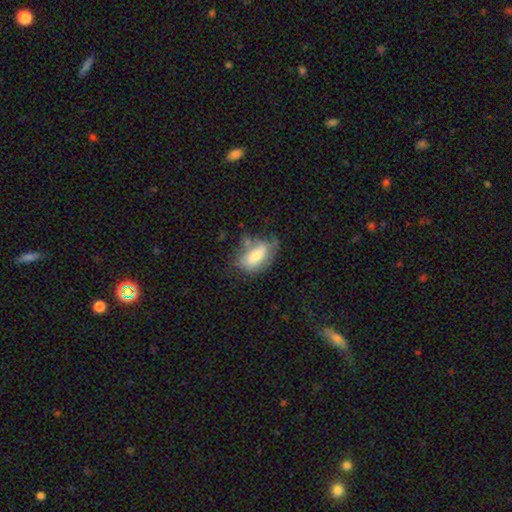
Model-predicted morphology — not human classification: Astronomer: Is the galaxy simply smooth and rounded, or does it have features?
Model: smooth — 68%.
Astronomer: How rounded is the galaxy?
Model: in between — 88%.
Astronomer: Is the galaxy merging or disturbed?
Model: none — 44% (runner-up: minor disturbance, 31%).